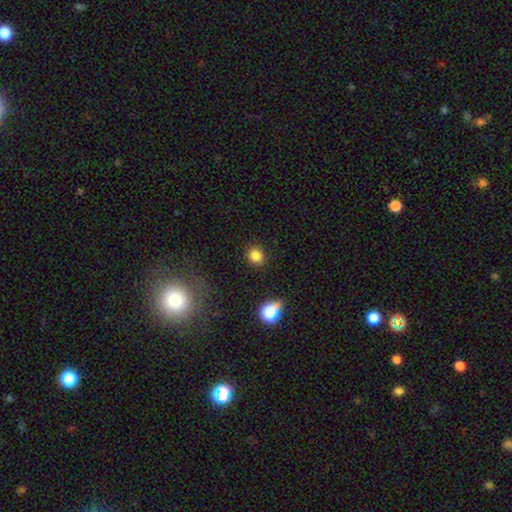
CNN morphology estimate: smooth 82%, star or artifact 13%, featured or disk 5%. Down the decision tree: how rounded — round (77%); merging — none (88%).